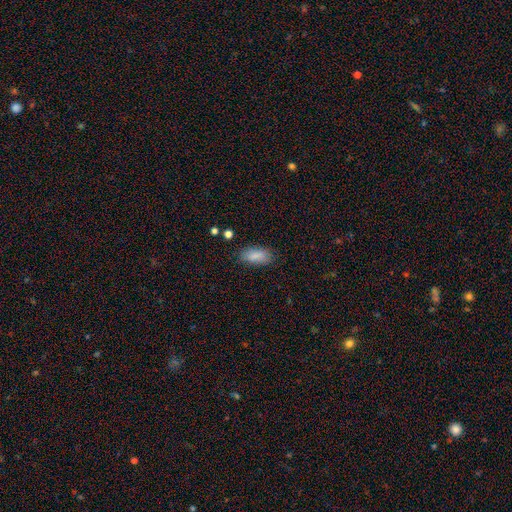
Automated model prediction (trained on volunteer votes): smooth-or-featured: smooth: 86% | star or artifact: 8% | featured or disk: 6%
  how-rounded: in between: 87% | cigar-shaped: 10% | round: 3%
  merging: none: 81% | minor disturbance: 14% | major disturbance: 4% | merger: 2%